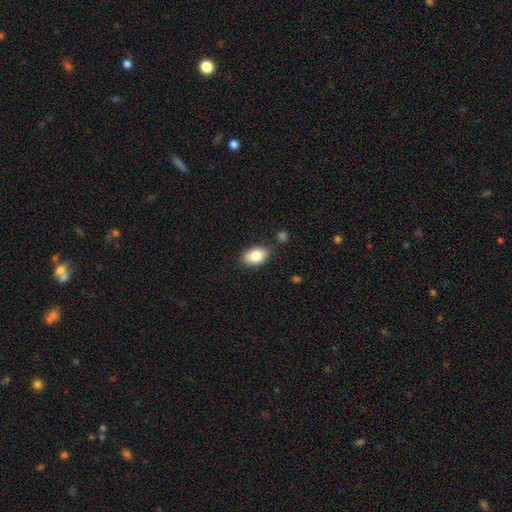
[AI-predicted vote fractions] This appears to be a smooth galaxy with no disk features (84%) that is in between round and cigar-shaped (87%). Merging: none (81%).